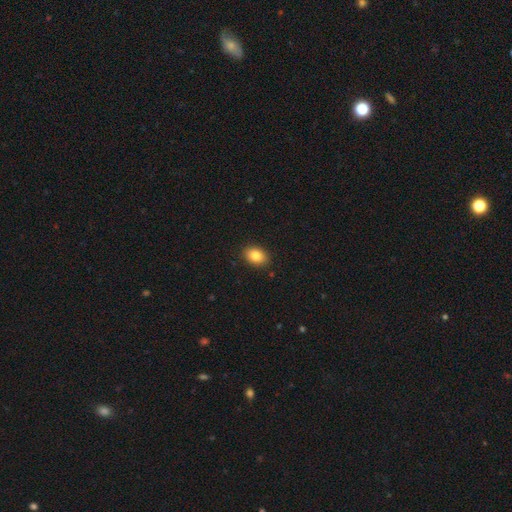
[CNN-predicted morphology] Smooth or featured? smooth (84%)
How rounded? in between (78%)
Merging? none (90%)